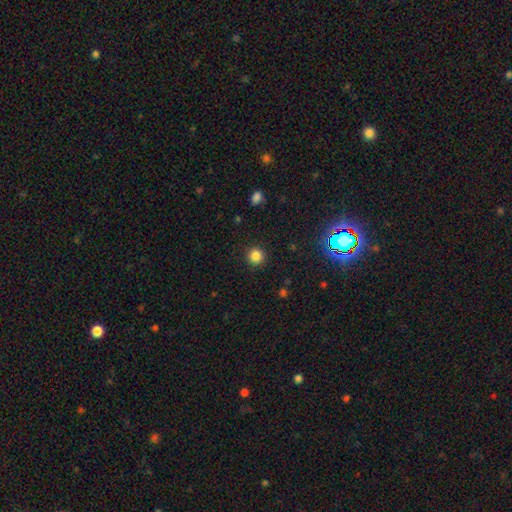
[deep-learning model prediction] Overall: smooth (83%). How rounded: round (94%). Merging: none (91%).